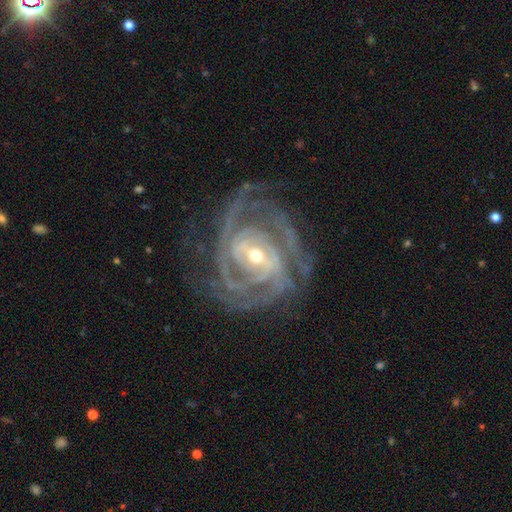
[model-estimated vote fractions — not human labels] The model was most divided on "bulge size": small: 49%, moderate: 47%, large: 3%, none: 1%, dominant: 1%. Remaining: spiral arms — yes (97%); edge-on disk — no (97%); smooth or featured — featured or disk (91%); merging — none (66%); spiral winding — tight (66%); bar — weak (42%); spiral arm count — 3 (24%).